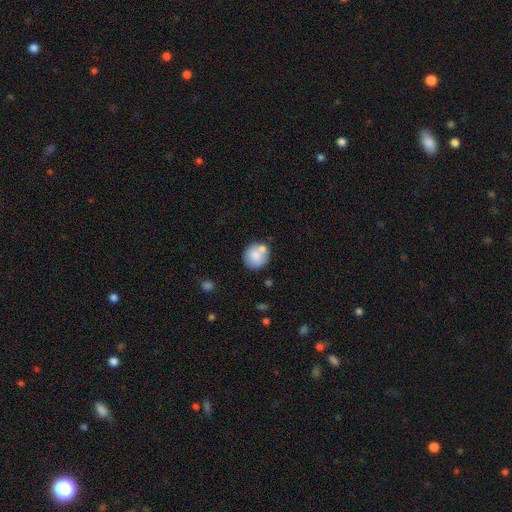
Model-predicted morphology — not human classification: Smooth or featured? smooth (79%)
How rounded? round (89%)
Merging? none (65%)